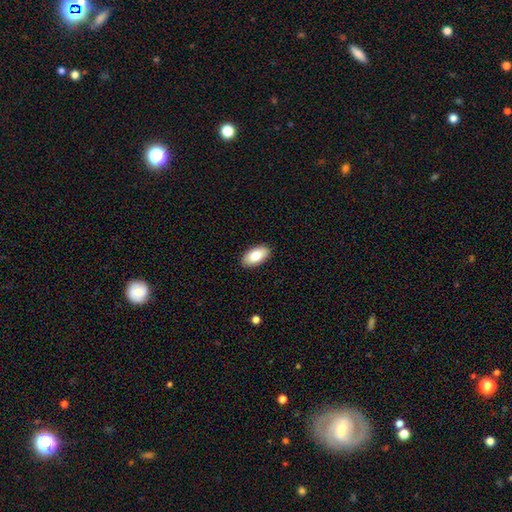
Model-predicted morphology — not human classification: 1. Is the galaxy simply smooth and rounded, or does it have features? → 81% smooth, 12% featured or disk, 7% star or artifact.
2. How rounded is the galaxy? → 94% in between, 3% round, 3% cigar-shaped.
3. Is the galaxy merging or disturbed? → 90% none, 8% minor disturbance, 2% major disturbance, 1% merger.